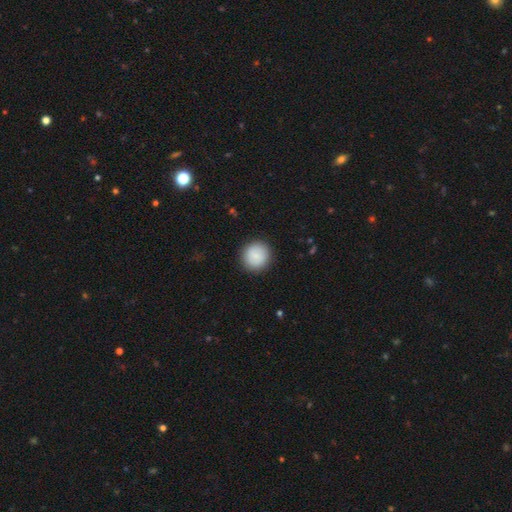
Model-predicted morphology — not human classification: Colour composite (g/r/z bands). It shows a smooth galaxy with no disk features (87%) that is round (93%). Merging: none (91%).